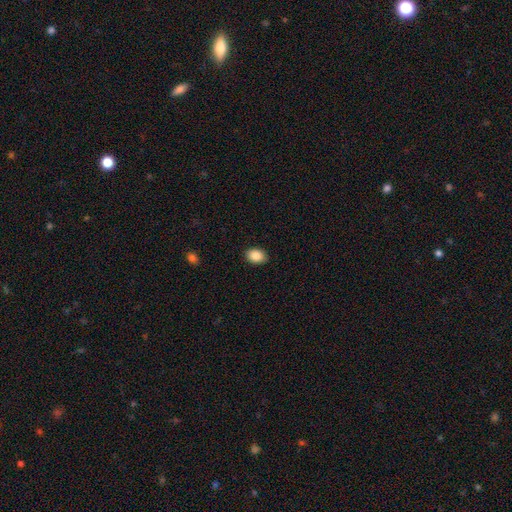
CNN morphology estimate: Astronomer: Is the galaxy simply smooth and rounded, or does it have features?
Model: smooth — 88%.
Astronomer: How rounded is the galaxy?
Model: in between — 77%.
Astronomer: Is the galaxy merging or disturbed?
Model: none — 90%.